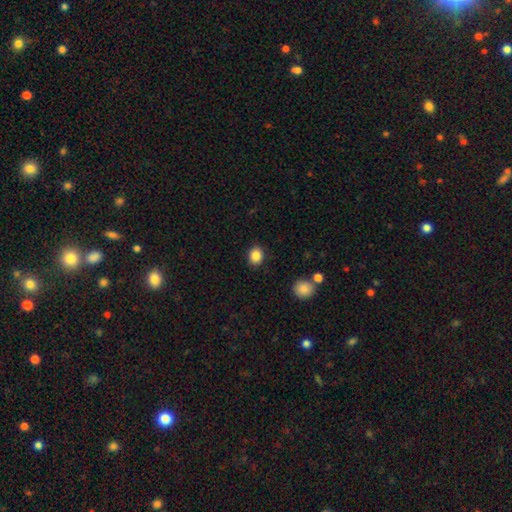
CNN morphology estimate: Smooth or featured? smooth (87%)
How rounded? round (57%)
Merging? none (88%)